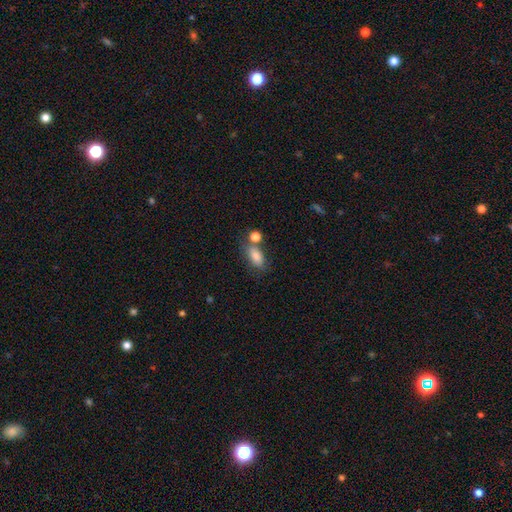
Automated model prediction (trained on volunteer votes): smooth_or_featured: smooth (p=0.82) [alt: featured or disk p=0.10]
how_rounded: in between (p=0.85) [alt: cigar-shaped p=0.08]
merging: none (p=0.58) [alt: merger p=0.22]